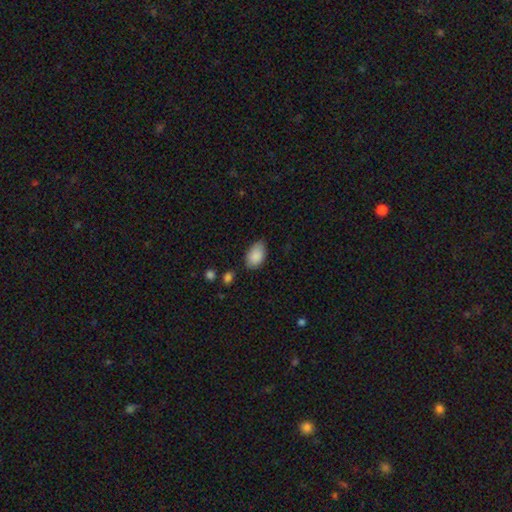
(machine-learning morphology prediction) Overall: smooth (88%). How rounded: in between (93%). Merging: none (73%).